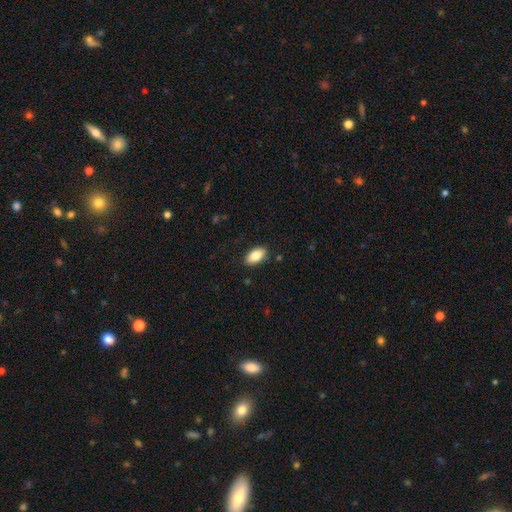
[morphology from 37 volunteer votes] A smooth galaxy with no disk features (86%) that is in between round and cigar-shaped (88%).

Vote fractions:
- Smooth or featured? smooth: 86% / featured or disk: 8% / star or artifact: 5%
- How rounded? in between: 88% / round: 6% / cigar-shaped: 6%
- Merging? none: 89% / minor disturbance: 6% / major disturbance: 6% / merger: 0%